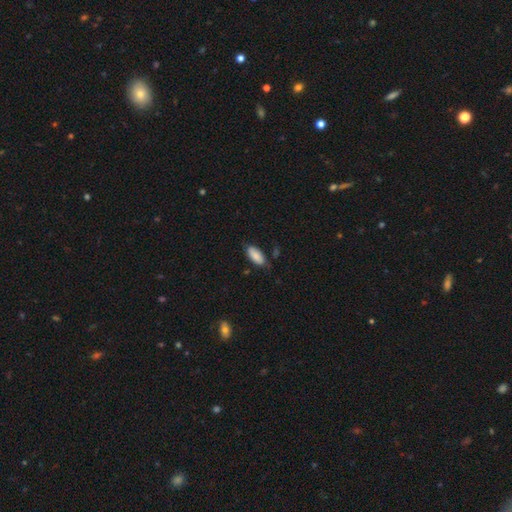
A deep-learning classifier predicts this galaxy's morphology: This is clearly a smooth galaxy (87%). How rounded: clearly in between (85%). Merging: likely none (75%).